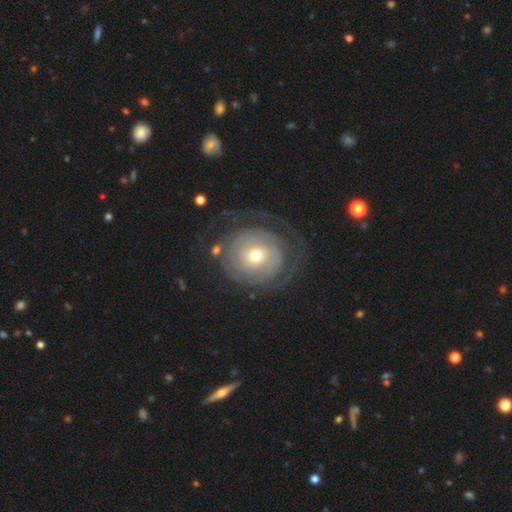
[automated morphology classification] This appears to be a featured or disk galaxy (77%) with no bar (73%), tight (70%) spiral arms (86%) and a moderate central bulge (51%). Merging: none (63%).